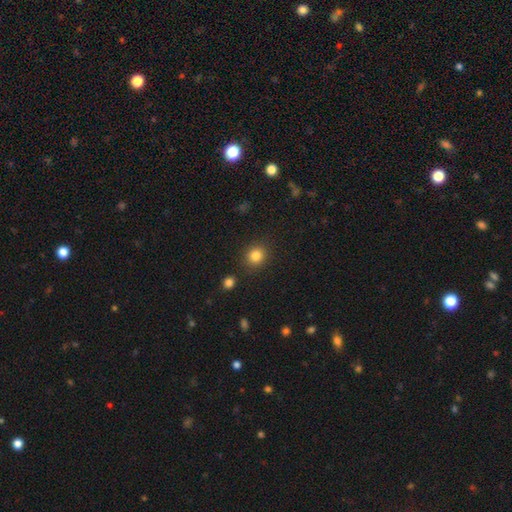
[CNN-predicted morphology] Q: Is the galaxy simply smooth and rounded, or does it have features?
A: smooth — 84%.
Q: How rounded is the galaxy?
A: round — 84%.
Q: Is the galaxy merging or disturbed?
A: none — 87%.